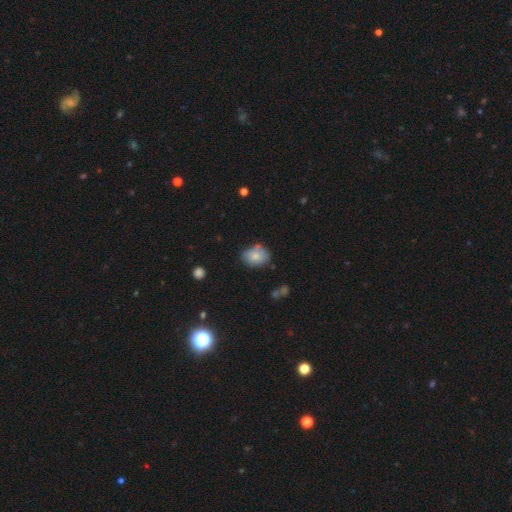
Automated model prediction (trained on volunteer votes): A smooth galaxy with no disk features (75%) that is in between round and cigar-shaped (58%).

Vote fractions:
- Smooth or featured? smooth: 75% / featured or disk: 17% / star or artifact: 8%
- How rounded? in between: 58% / round: 41% / cigar-shaped: 1%
- Merging? none: 62% / minor disturbance: 26% / merger: 6% / major disturbance: 5%